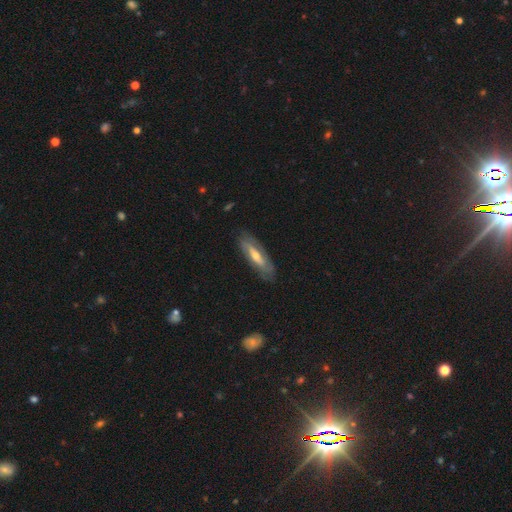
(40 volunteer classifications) This appears to be a featured or disk galaxy (62%) with a weak bar (50%), 2 (60%) tight (60%) spiral arms (71%) and a small central bulge (43%). Merging: none (84%).